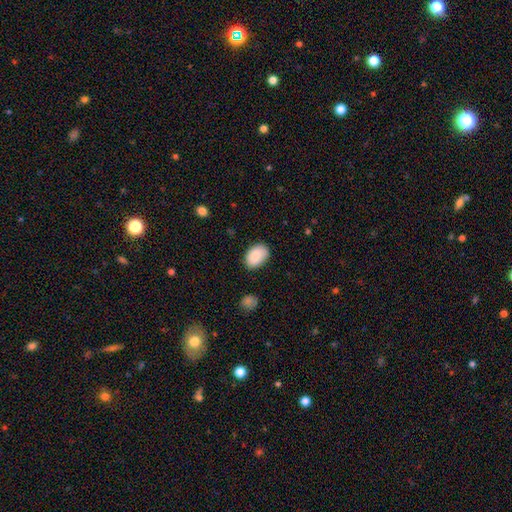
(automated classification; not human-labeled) Overall: smooth (89%). How rounded: in between (87%). Merging: none (82%).